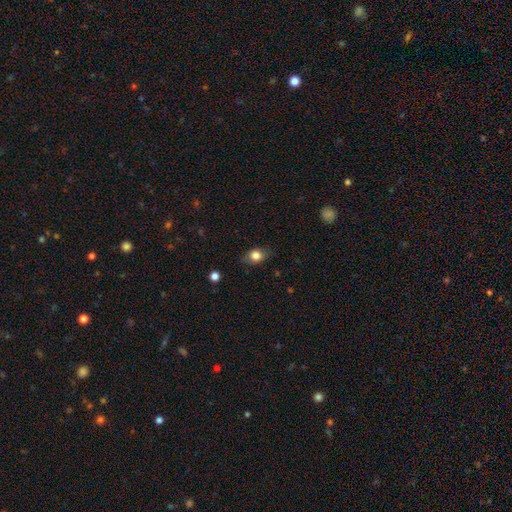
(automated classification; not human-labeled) smooth-or-featured: smooth: 78% | featured or disk: 13% | star or artifact: 9%
  how-rounded: in between: 59% | round: 39% | cigar-shaped: 3%
  merging: none: 77% | minor disturbance: 17% | major disturbance: 4% | merger: 1%